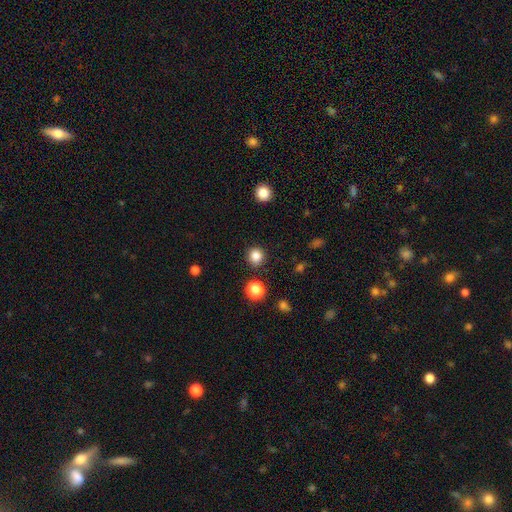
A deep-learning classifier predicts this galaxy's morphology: A smooth galaxy with no disk features (84%) that is round (92%). Merging: none (90%).